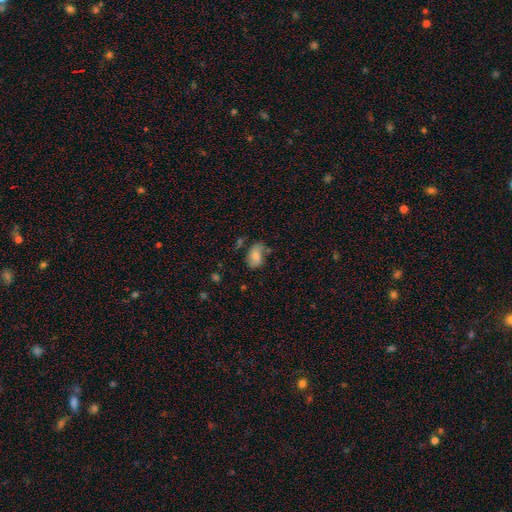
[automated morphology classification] smooth-or-featured: smooth: 73% | featured or disk: 18% | star or artifact: 9%
  how-rounded: in between: 89% | round: 10% | cigar-shaped: 2%
  merging: none: 53% | minor disturbance: 29% | major disturbance: 11% | merger: 8%